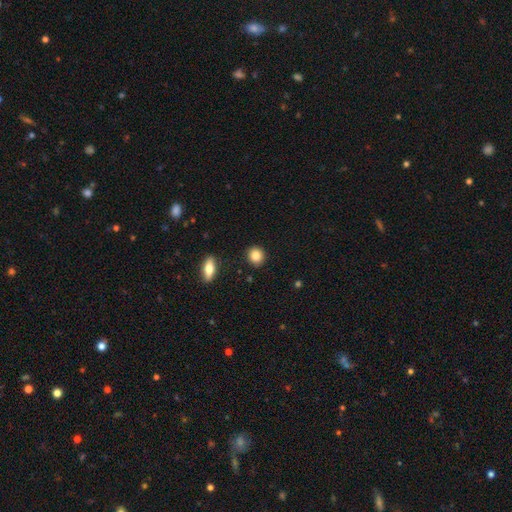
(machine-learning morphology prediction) This is clearly a smooth galaxy (84%). How rounded: clearly round (82%). Merging: clearly none (90%).